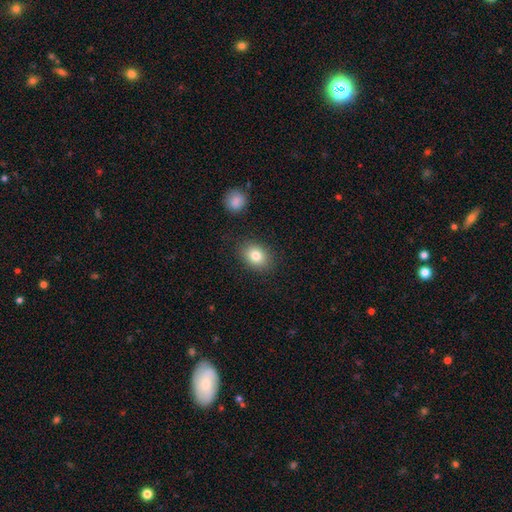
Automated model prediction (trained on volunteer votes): A smooth galaxy with no disk features (81%) that is in between round and cigar-shaped (63%).

Vote fractions:
- Smooth or featured? smooth: 81% / star or artifact: 9% / featured or disk: 9%
- How rounded? in between: 63% / round: 36% / cigar-shaped: 1%
- Merging? none: 84% / minor disturbance: 11% / major disturbance: 3% / merger: 2%